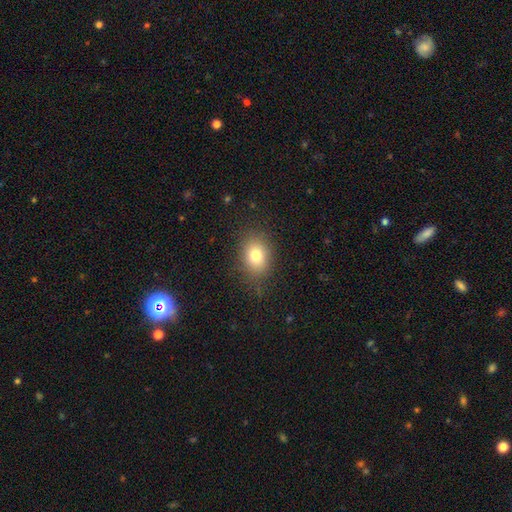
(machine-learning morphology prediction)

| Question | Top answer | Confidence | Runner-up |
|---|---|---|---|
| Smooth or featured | smooth | 78% | star or artifact (12%) |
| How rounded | in between | 62% | round (37%) |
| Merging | none | 81% | minor disturbance (13%) |